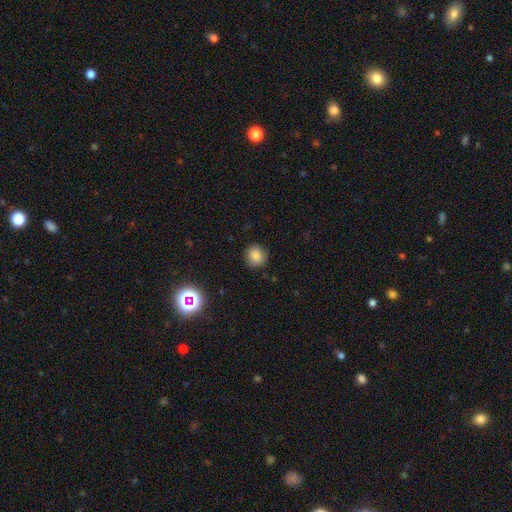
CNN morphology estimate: The model was most divided on "smooth or featured": smooth: 82%, star or artifact: 13%, featured or disk: 5%. More confident: merging — none (87%); how rounded — round (85%).